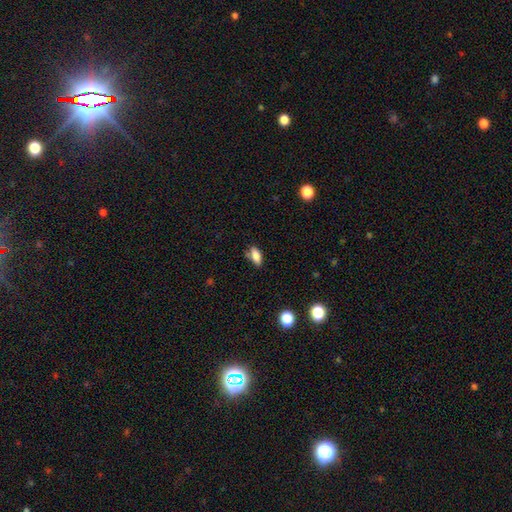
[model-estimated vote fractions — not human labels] Morphology: type=smooth (82%); roundness=in between (81%); merging=none (70%).